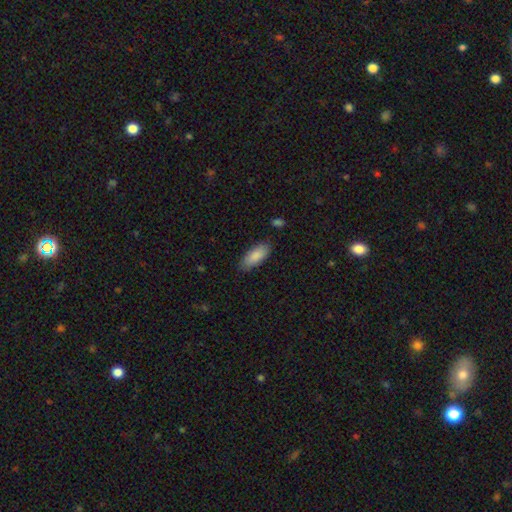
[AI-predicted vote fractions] Smooth or featured: smooth — 87% (featured or disk — 7%)
How rounded: in between — 82% (cigar-shaped — 17%)
Merging: none — 84% (minor disturbance — 12%)